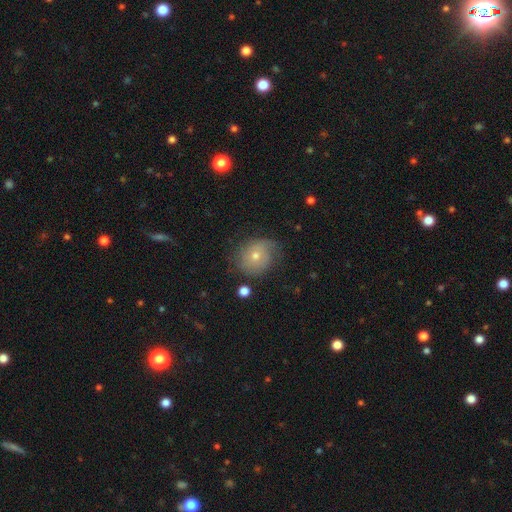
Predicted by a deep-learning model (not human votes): Overall: featured or disk (48%; smooth 40%). Merging: none (65%).